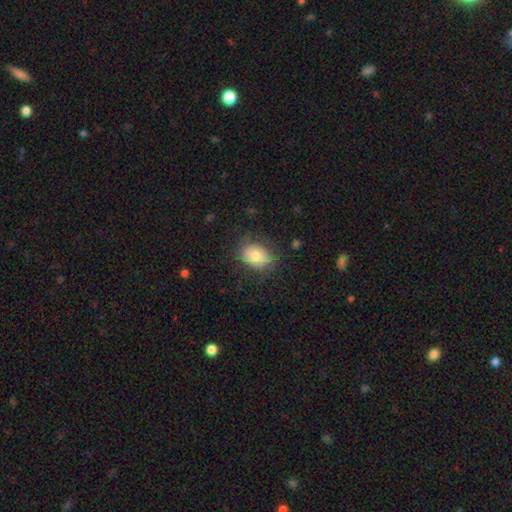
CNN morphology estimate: smooth 75%, featured or disk 17%, star or artifact 8%. Down the decision tree: how rounded — in between (67%); merging — none (75%).